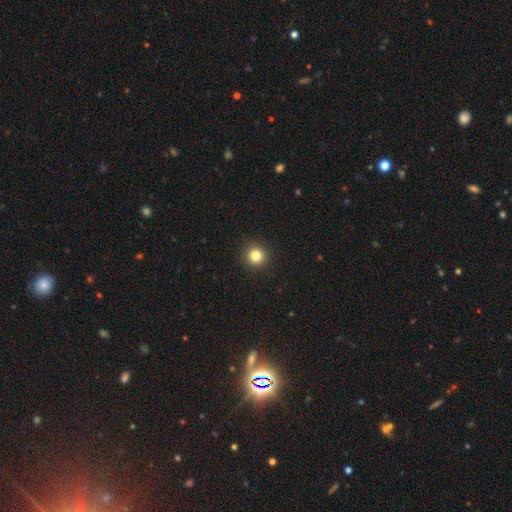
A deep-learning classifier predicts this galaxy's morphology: Smooth or featured: smooth — 83% (star or artifact — 12%)
How rounded: round — 95% (in between — 4%)
Merging: none — 93% (minor disturbance — 4%)